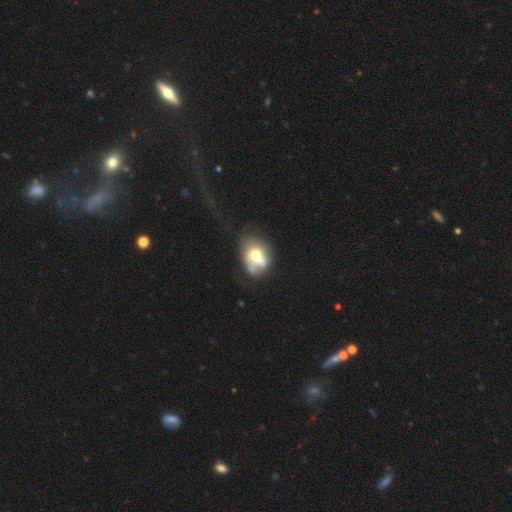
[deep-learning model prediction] Morphology: type=smooth (52%); roundness=in between (58%); merging=merger (33%).